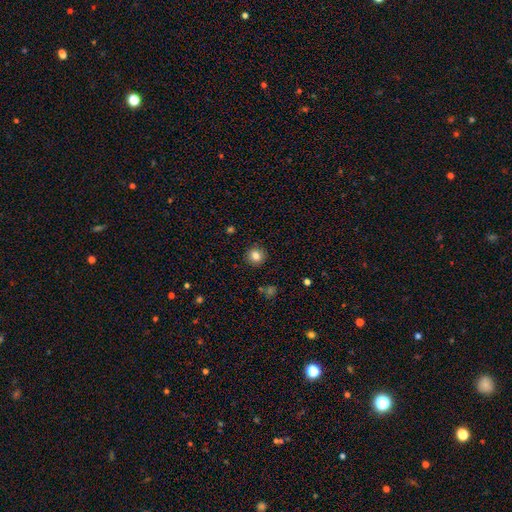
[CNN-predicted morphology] Smooth or featured: smooth — 84% (star or artifact — 10%)
How rounded: round — 90% (in between — 9%)
Merging: none — 91% (minor disturbance — 6%)